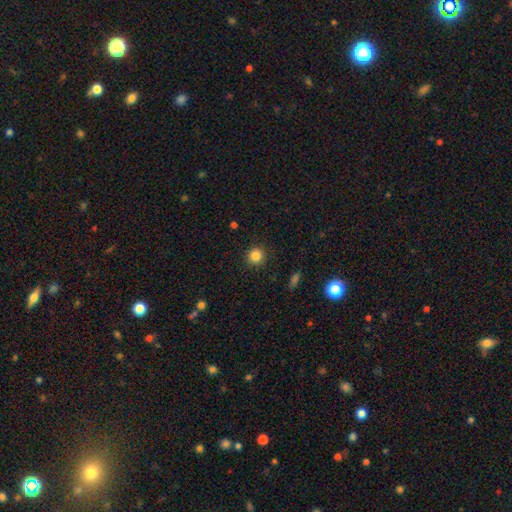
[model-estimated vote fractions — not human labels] Smooth or featured: smooth — 84% (star or artifact — 11%)
How rounded: round — 93% (in between — 6%)
Merging: none — 91% (minor disturbance — 6%)